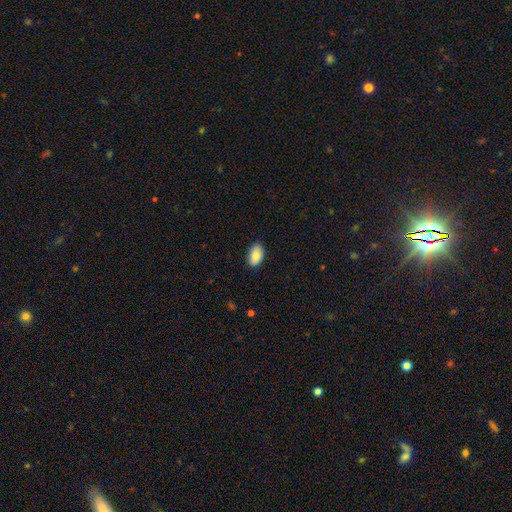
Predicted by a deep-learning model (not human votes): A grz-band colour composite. It shows a smooth galaxy with no disk features (86%) that is in between round and cigar-shaped (93%). Merging: none (84%).